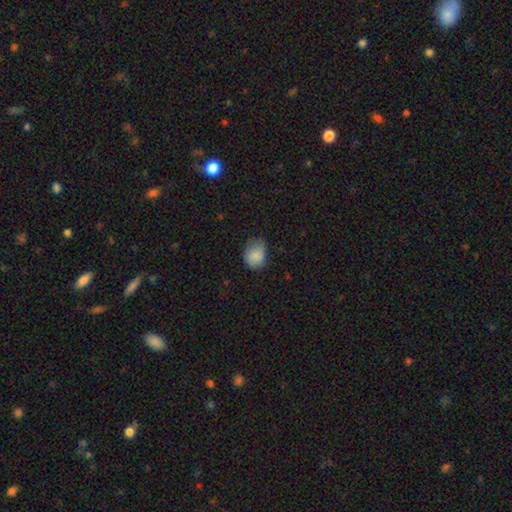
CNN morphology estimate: A smooth galaxy with no disk features (85%) that is in between round and cigar-shaped (51%).

Vote fractions:
- Smooth or featured? smooth: 85% / star or artifact: 9% / featured or disk: 7%
- How rounded? in between: 51% / round: 48% / cigar-shaped: 1%
- Merging? none: 53% / minor disturbance: 36% / major disturbance: 9% / merger: 1%